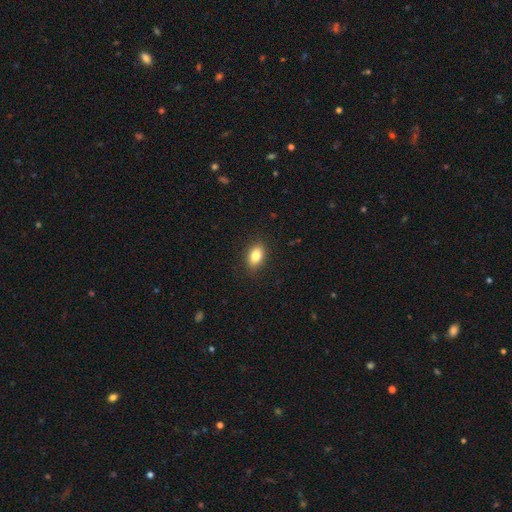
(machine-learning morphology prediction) type=smooth (83%); roundness=in between (86%); merging=none (88%).